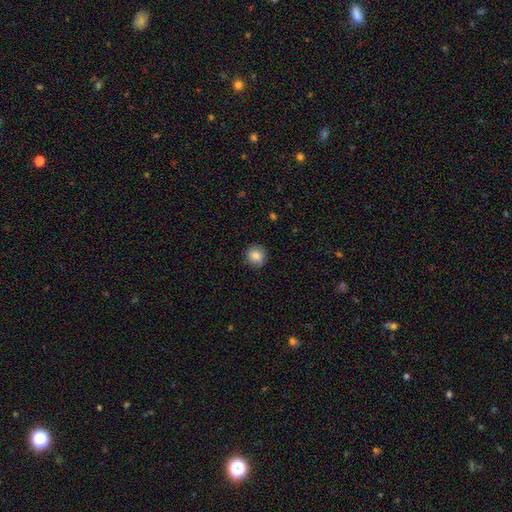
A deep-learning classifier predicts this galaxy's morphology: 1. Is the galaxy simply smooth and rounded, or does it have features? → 84% smooth, 9% star or artifact, 7% featured or disk.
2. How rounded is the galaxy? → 92% round, 7% in between, 1% cigar-shaped.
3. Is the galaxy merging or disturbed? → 90% none, 7% minor disturbance, 2% major disturbance, 1% merger.